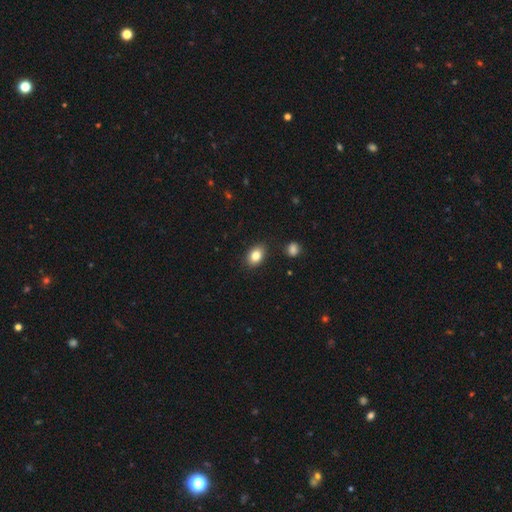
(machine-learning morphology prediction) smooth-or-featured: smooth: 83% | star or artifact: 9% | featured or disk: 8%
  how-rounded: in between: 79% | round: 19% | cigar-shaped: 1%
  merging: none: 86% | minor disturbance: 9% | major disturbance: 2% | merger: 2%